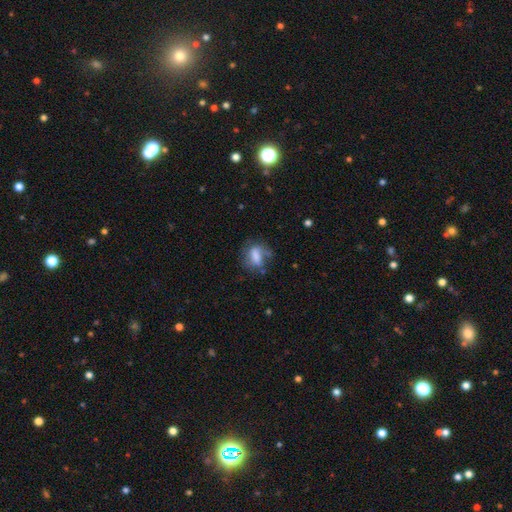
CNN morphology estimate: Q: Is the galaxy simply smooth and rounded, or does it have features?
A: smooth — 62%.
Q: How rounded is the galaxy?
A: in between — 73%.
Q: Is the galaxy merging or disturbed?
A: none — 48%.